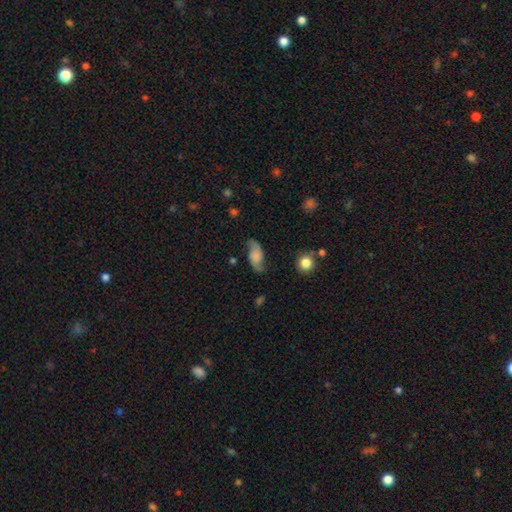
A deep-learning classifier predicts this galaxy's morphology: Smooth or featured? Predicted: featured or disk (p=0.53). Edge-on disk? Predicted: no (p=0.93). Merging? Predicted: none (p=0.67).